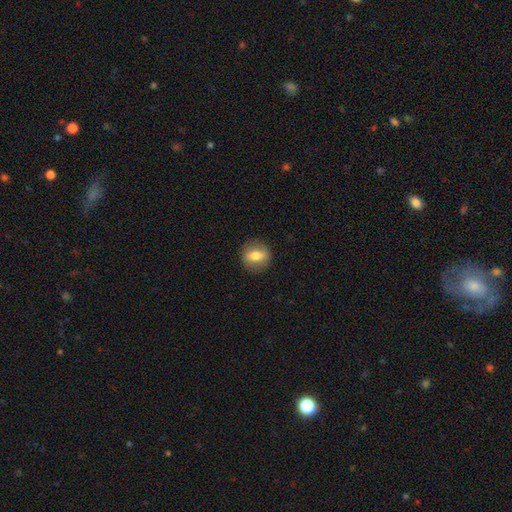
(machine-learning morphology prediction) smooth 64%, featured or disk 28%, star or artifact 8%. Down the decision tree: how rounded — round (71%); merging — none (88%).